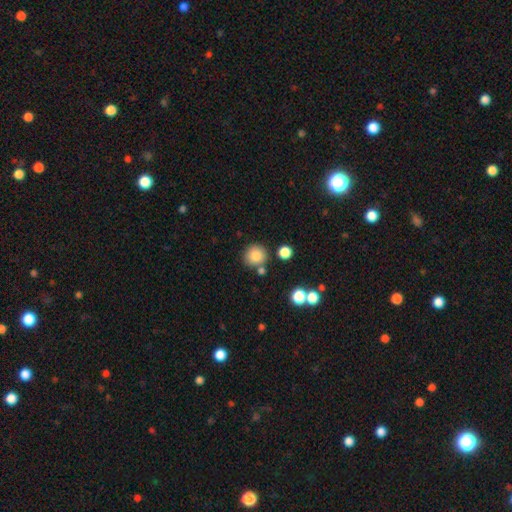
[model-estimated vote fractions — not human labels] smooth_or_featured: smooth (p=0.84) [alt: star or artifact p=0.10]
how_rounded: round (p=0.91) [alt: in between p=0.08]
merging: none (p=0.78) [alt: merger p=0.09]